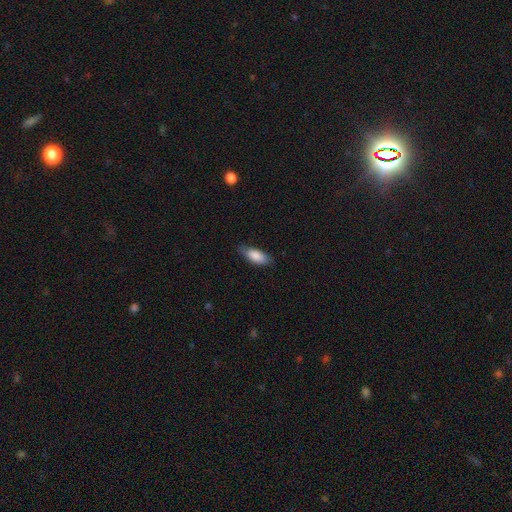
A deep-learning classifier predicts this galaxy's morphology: Overall: smooth (85%). How rounded: in between (80%). Merging: none (77%).